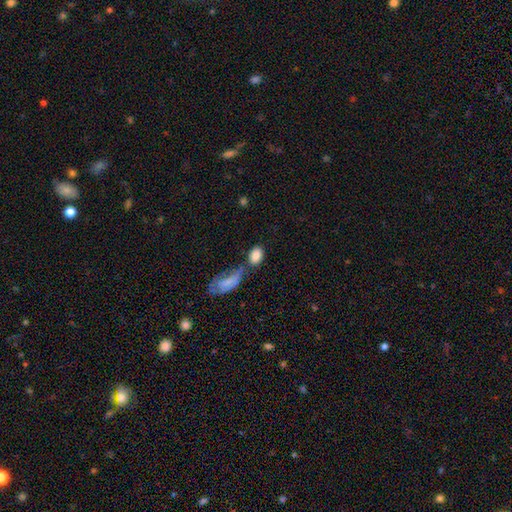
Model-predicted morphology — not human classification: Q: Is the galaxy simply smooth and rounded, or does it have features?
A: smooth — 85%.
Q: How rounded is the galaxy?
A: in between — 87%.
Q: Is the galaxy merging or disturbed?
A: none — 46%.